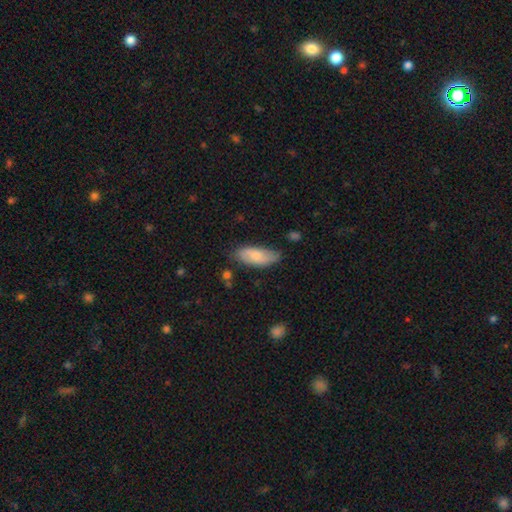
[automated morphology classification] smooth_or_featured: smooth (p=0.73) [alt: featured or disk p=0.21]
how_rounded: in between (p=0.82) [alt: cigar-shaped p=0.16]
merging: none (p=0.70) [alt: minor disturbance p=0.24]